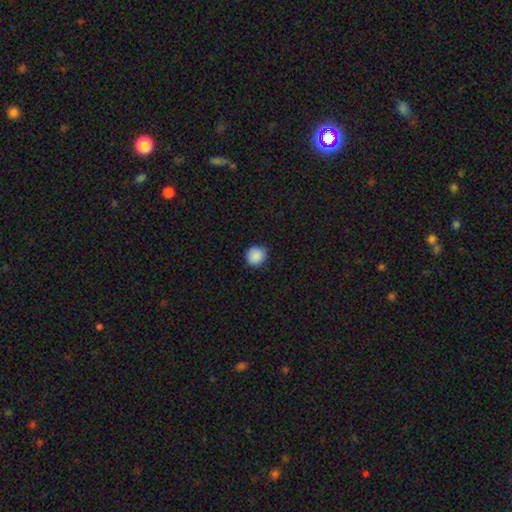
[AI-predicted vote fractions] smooth-or-featured: smooth: 89% | star or artifact: 8% | featured or disk: 3%
  how-rounded: round: 90% | in between: 9% | cigar-shaped: 1%
  merging: none: 86% | minor disturbance: 11% | major disturbance: 2% | merger: 1%